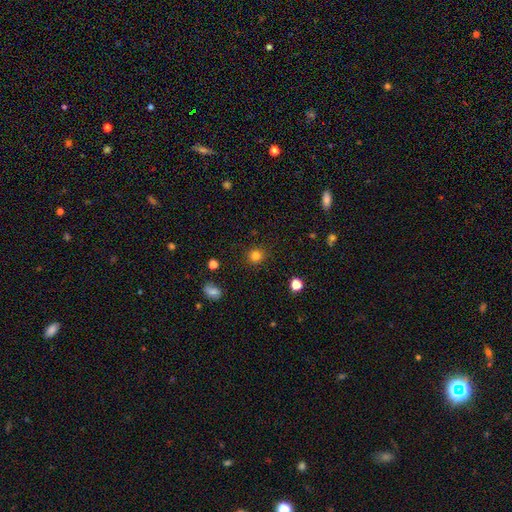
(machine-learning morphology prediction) Smooth or featured: smooth — 82% (star or artifact — 14%)
How rounded: round — 90% (in between — 9%)
Merging: none — 88% (minor disturbance — 8%)